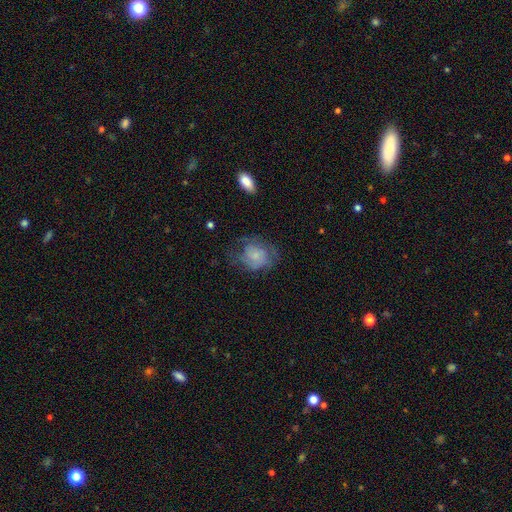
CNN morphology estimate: smooth 53%, featured or disk 38%, star or artifact 9%. Down the decision tree: how rounded — round (66%); merging — none (50%).